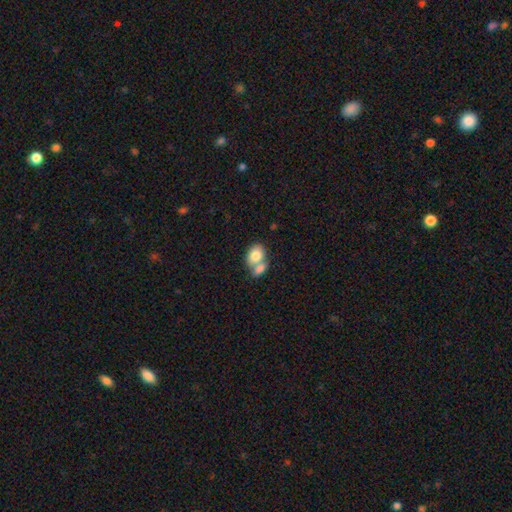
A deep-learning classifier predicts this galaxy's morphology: Smooth or featured?
  - smooth: 79% *
  - featured or disk: 15%
  - star or artifact: 7%
How rounded?
  - in between: 76% *
  - round: 23%
  - cigar-shaped: 1%
Merging?
  - merger: 60% *
  - none: 28%
  - minor disturbance: 9%
  - major disturbance: 4%